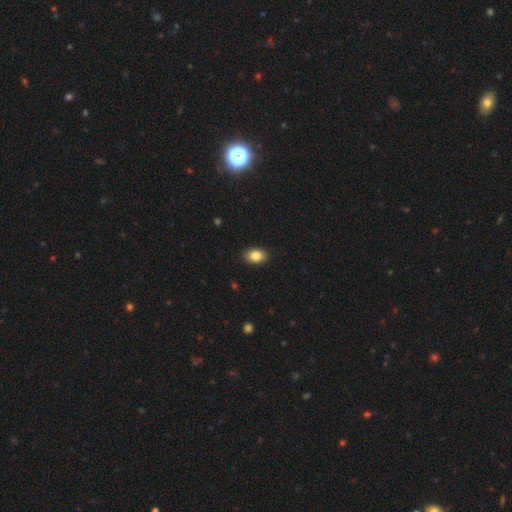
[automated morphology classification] This is clearly a smooth galaxy (85%). How rounded: clearly in between (85%). Merging: clearly none (89%).